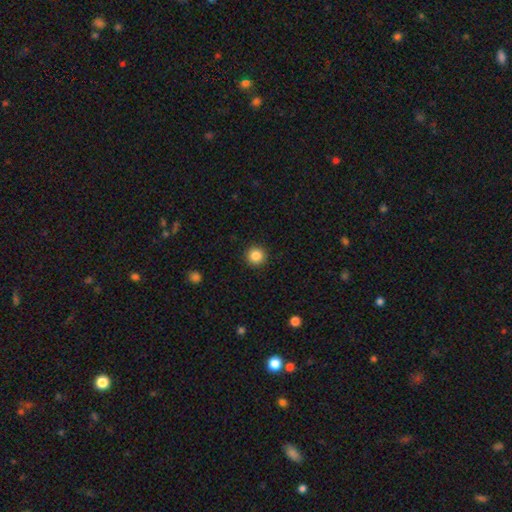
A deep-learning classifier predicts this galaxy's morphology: A smooth galaxy with no disk features (85%) that is round (96%).

Vote fractions:
- Smooth or featured? smooth: 85% / star or artifact: 10% / featured or disk: 4%
- How rounded? round: 96% / in between: 3% / cigar-shaped: 1%
- Merging? none: 92% / minor disturbance: 5% / major disturbance: 2% / merger: 1%